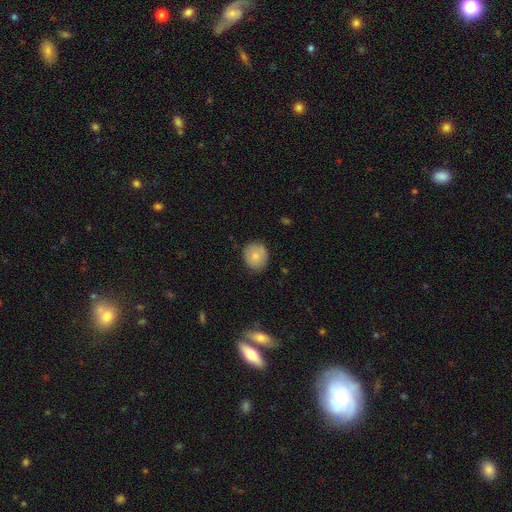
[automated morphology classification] The model was most divided on "smooth or featured": smooth: 76%, featured or disk: 16%, star or artifact: 8%. More confident: how rounded — round (81%); merging — none (78%).